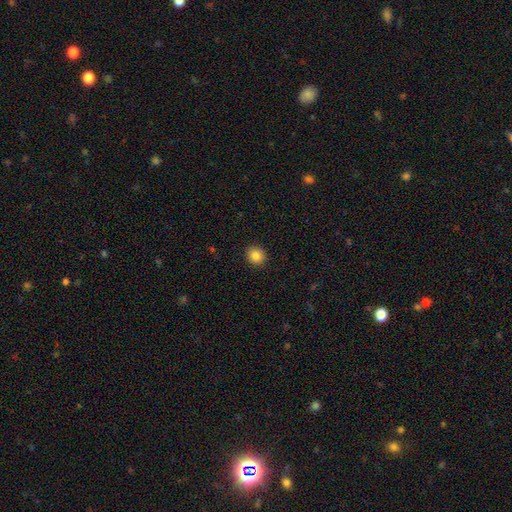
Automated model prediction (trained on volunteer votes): Smooth or featured? smooth (84%)
How rounded? round (84%)
Merging? none (92%)